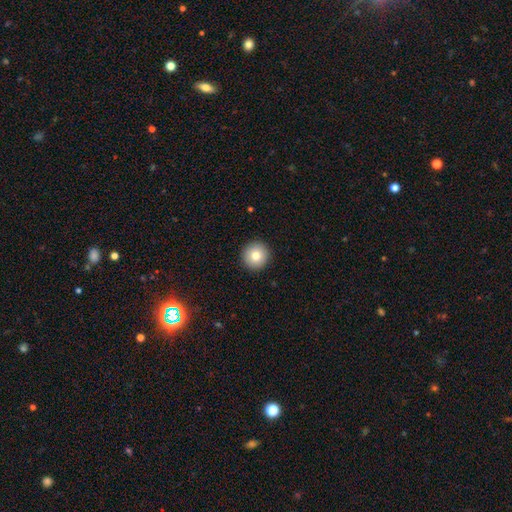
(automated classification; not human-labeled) Morphology: type=smooth (79%); roundness=round (96%); merging=none (93%).